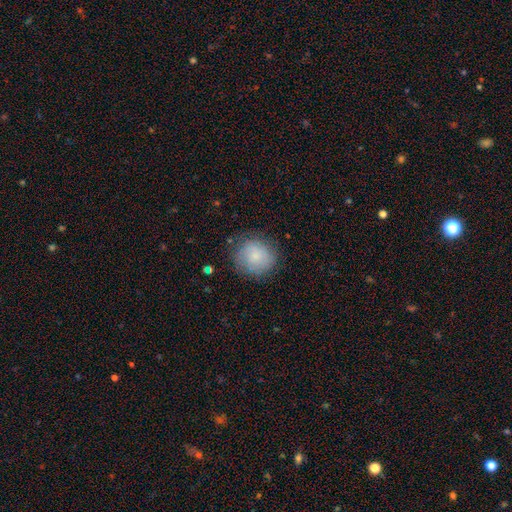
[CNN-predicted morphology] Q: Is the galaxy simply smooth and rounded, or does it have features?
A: smooth — 76%.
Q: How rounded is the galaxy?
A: round — 90%.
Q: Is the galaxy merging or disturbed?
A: none — 79%.